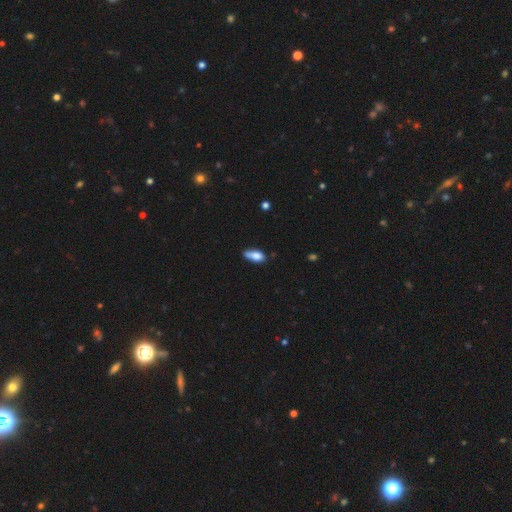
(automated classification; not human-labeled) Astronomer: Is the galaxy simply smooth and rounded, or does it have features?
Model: smooth — 78%.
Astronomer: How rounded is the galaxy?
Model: in between — 84%.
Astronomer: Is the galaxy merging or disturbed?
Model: none — 43% (runner-up: minor disturbance, 36%).